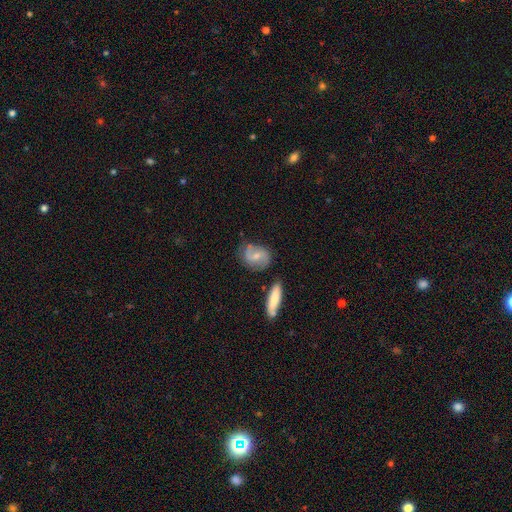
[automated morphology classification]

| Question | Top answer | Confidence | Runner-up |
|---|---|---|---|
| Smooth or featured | featured or disk | 59% | smooth (34%) |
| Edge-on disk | no | 95% | yes (5%) |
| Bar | weak | 47% | no (38%) |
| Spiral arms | yes | 88% | no (12%) |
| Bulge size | small | 53% | moderate (39%) |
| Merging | none | 69% | minor disturbance (20%) |